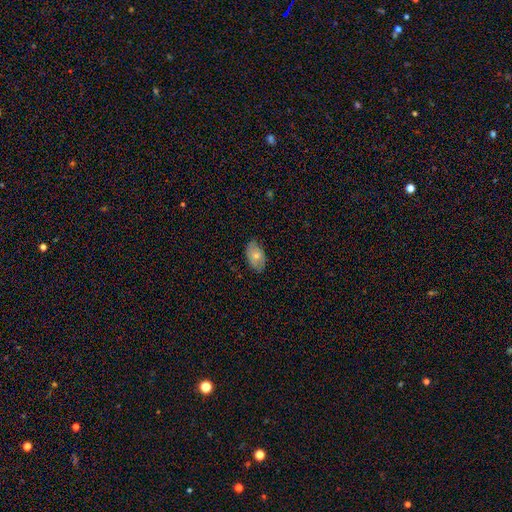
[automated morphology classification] This is likely a smooth galaxy (70%). How rounded: clearly in between (92%). Merging: likely none (75%).